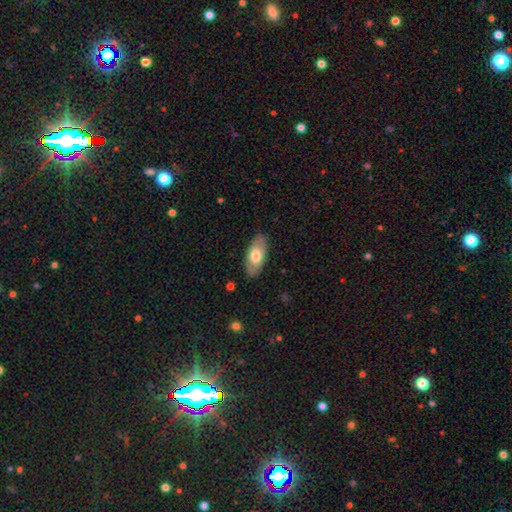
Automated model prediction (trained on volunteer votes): Smooth or featured?
  - smooth: 62% *
  - featured or disk: 32%
  - star or artifact: 5%
How rounded?
  - in between: 90% *
  - cigar-shaped: 7%
  - round: 3%
Merging?
  - none: 86% *
  - minor disturbance: 11%
  - major disturbance: 3%
  - merger: 1%